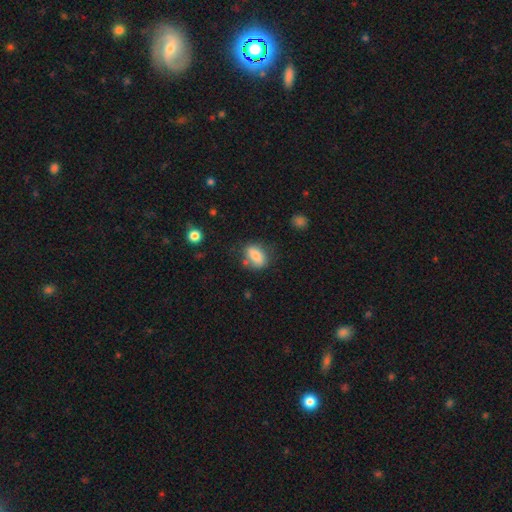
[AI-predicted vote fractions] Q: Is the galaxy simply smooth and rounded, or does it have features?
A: smooth — 78%.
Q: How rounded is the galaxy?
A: in between — 83%.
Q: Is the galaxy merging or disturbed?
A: none — 65%.